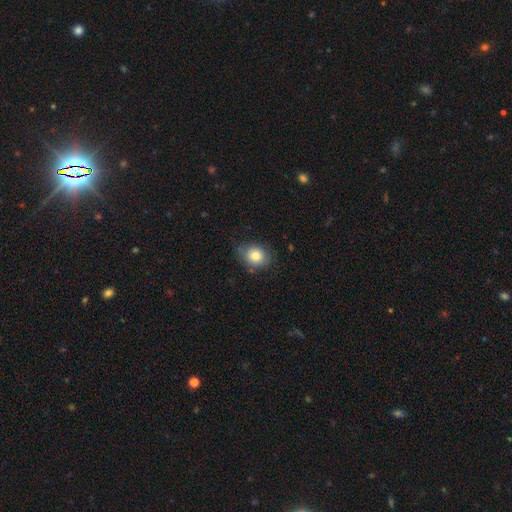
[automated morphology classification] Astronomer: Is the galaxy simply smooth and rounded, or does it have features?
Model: smooth — 80%.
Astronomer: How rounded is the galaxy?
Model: round — 57% (runner-up: in between, 42%).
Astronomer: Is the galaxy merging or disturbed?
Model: none — 72%.